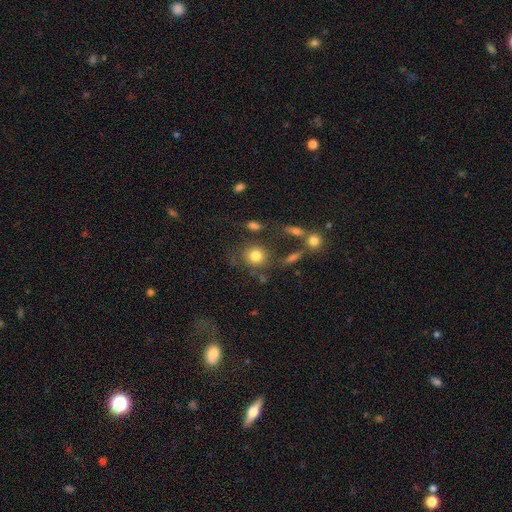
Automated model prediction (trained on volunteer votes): This appears to be a smooth galaxy with no disk features (79%) that is round (79%). Merging: none (69%).